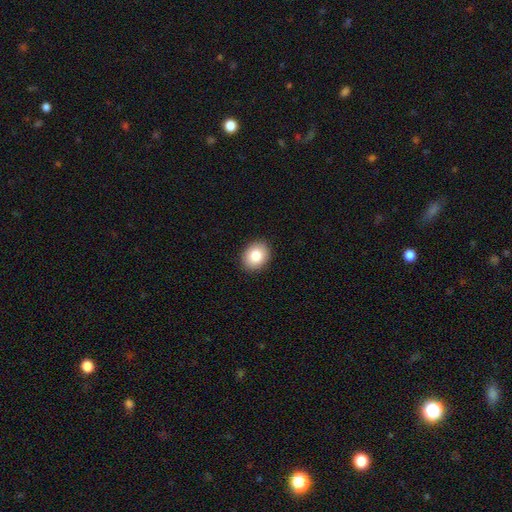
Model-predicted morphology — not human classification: smooth 85%, star or artifact 8%, featured or disk 7%. Down the decision tree: how rounded — in between (55%); merging — none (90%).